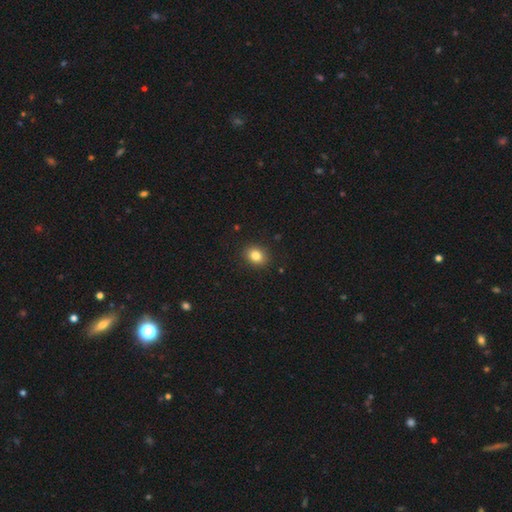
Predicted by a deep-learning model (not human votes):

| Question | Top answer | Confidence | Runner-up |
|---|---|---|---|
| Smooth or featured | smooth | 84% | star or artifact (10%) |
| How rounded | in between | 50% | round (49%) |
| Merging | none | 89% | minor disturbance (7%) |